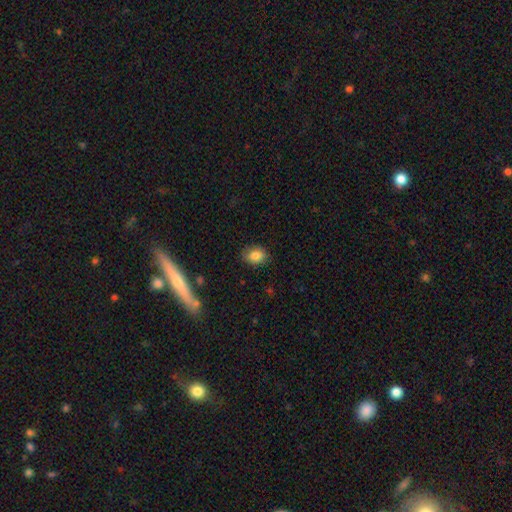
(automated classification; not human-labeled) Smooth or featured?
  - smooth: 83% *
  - star or artifact: 9%
  - featured or disk: 8%
How rounded?
  - in between: 64% *
  - round: 34%
  - cigar-shaped: 1%
Merging?
  - none: 82% *
  - minor disturbance: 14%
  - major disturbance: 3%
  - merger: 1%